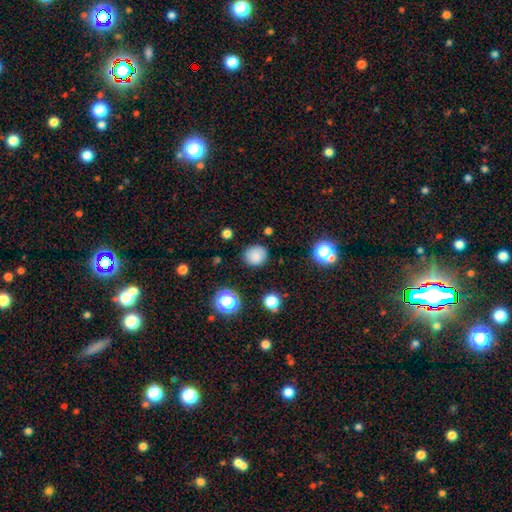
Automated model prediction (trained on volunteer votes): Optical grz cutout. It shows a smooth galaxy with no disk features (82%) that is round (84%). Merging: none (84%).